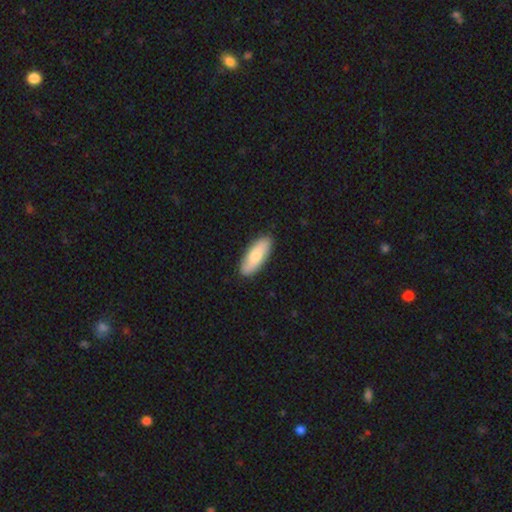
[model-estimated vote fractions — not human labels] smooth 75%, featured or disk 20%, star or artifact 5%. Down the decision tree: how rounded — in between (73%); merging — none (89%).